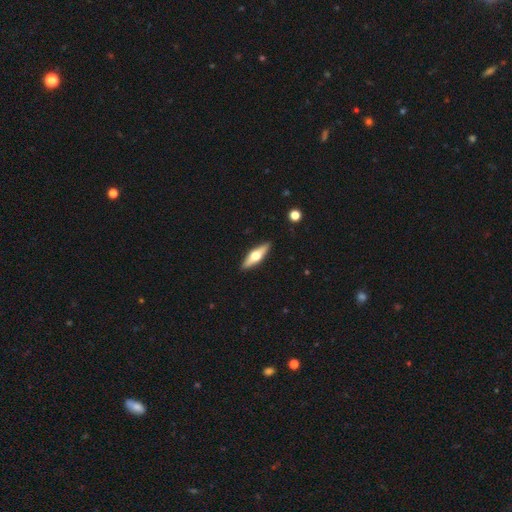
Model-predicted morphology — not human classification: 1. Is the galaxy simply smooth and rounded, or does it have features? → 59% featured or disk, 36% smooth, 5% star or artifact.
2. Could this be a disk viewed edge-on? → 93% yes, 7% no.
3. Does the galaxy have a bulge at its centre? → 95% rounded, 3% boxy, 2% none.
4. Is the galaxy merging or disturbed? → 90% none, 7% minor disturbance, 2% major disturbance, 1% merger.